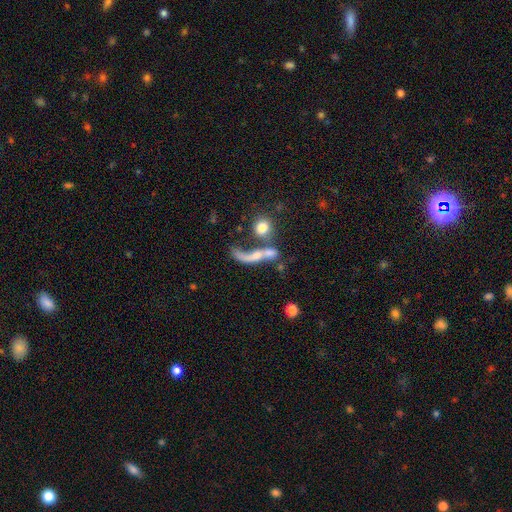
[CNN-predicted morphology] Smooth or featured? featured or disk (50%)
Merging? merger (44%)